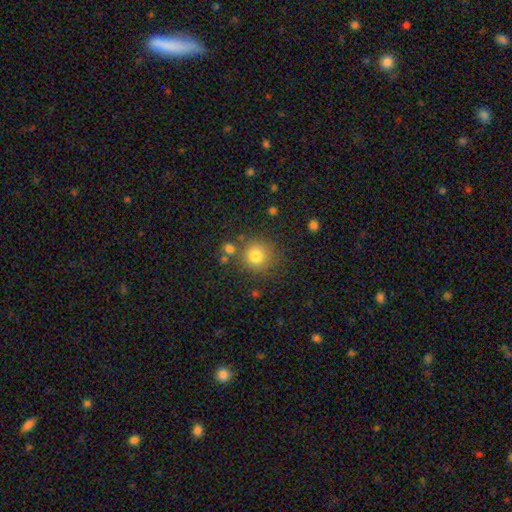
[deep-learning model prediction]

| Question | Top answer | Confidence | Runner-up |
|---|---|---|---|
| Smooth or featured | smooth | 80% | star or artifact (12%) |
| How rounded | round | 91% | in between (8%) |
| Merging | none | 78% | minor disturbance (11%) |